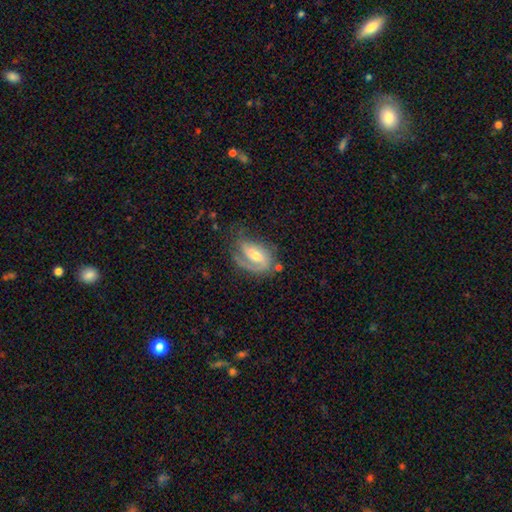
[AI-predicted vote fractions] featured or disk 79%, smooth 15%, star or artifact 6%. Down the decision tree: edge-on disk — no (96%); bar — weak (44%); spiral arms — yes (92%); spiral arm count — 1 (55%); spiral winding — tight (44%); bulge size — moderate (54%); merging — none (56%).